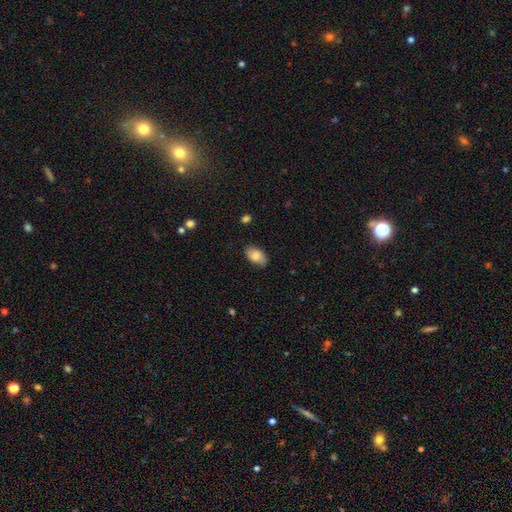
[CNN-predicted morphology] This appears to be a smooth galaxy with no disk features (82%) that is in between round and cigar-shaped (92%). Merging: none (77%).